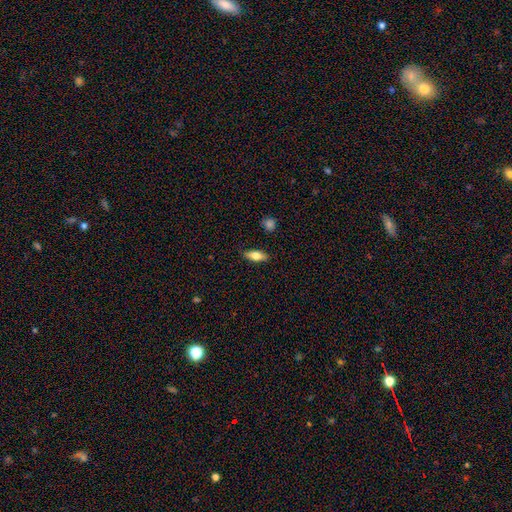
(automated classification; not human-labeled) The model was most divided on "smooth or featured": smooth: 70%, featured or disk: 22%, star or artifact: 7%. More confident: merging — none (86%); how rounded — in between (74%).